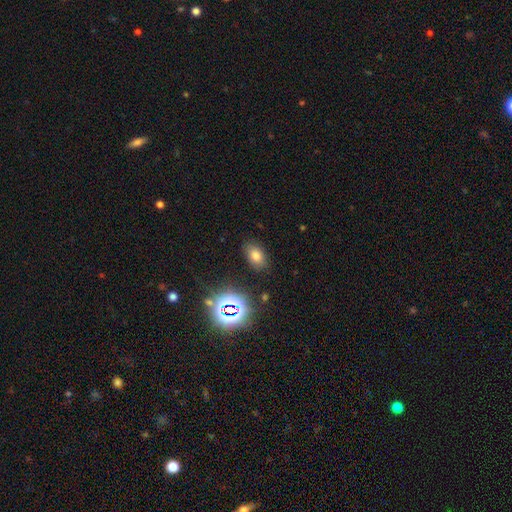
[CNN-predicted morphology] Smooth or featured? smooth (72%)
How rounded? in between (87%)
Merging? none (82%)